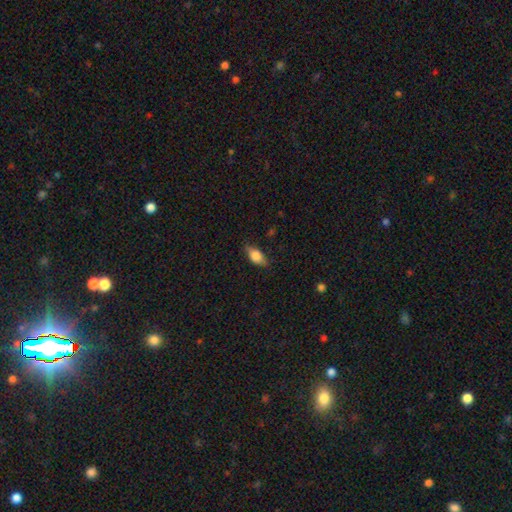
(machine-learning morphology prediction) A smooth galaxy with no disk features (68%) that is in between round and cigar-shaped (81%).

Vote fractions:
- Smooth or featured? smooth: 68% / featured or disk: 25% / star or artifact: 8%
- How rounded? in between: 81% / cigar-shaped: 13% / round: 6%
- Merging? none: 80% / minor disturbance: 16% / major disturbance: 3% / merger: 1%